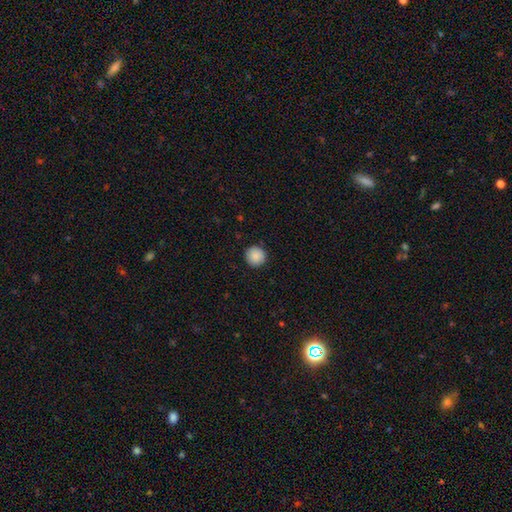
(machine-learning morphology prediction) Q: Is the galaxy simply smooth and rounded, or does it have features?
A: smooth — 89%.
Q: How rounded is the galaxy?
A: round — 95%.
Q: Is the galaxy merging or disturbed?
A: none — 91%.